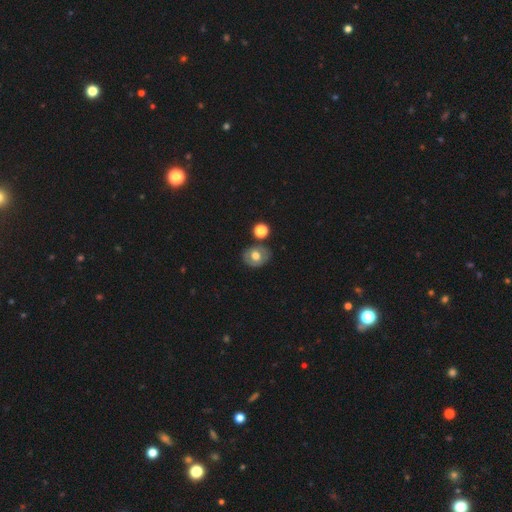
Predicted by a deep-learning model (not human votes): smooth_or_featured: smooth (p=0.55) [alt: featured or disk p=0.37]
how_rounded: round (p=0.55) [alt: in between p=0.44]
merging: none (p=0.75) [alt: minor disturbance p=0.12]